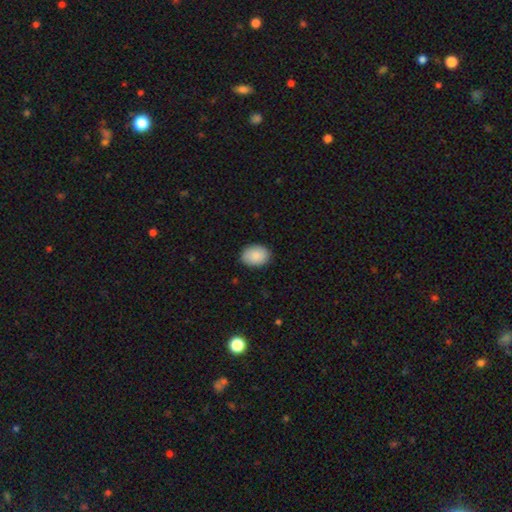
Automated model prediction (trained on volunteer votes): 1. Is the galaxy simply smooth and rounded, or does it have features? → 88% smooth, 6% star or artifact, 5% featured or disk.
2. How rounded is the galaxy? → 71% in between, 28% round, 1% cigar-shaped.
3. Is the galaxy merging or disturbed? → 87% none, 10% minor disturbance, 2% major disturbance, 1% merger.